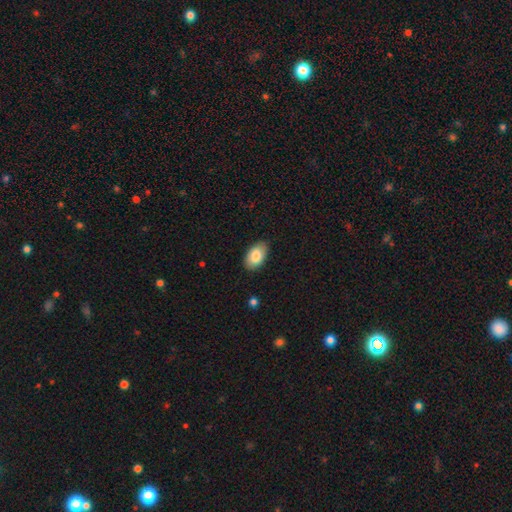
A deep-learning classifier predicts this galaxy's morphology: Smooth or featured? smooth (84%)
How rounded? in between (94%)
Merging? none (84%)